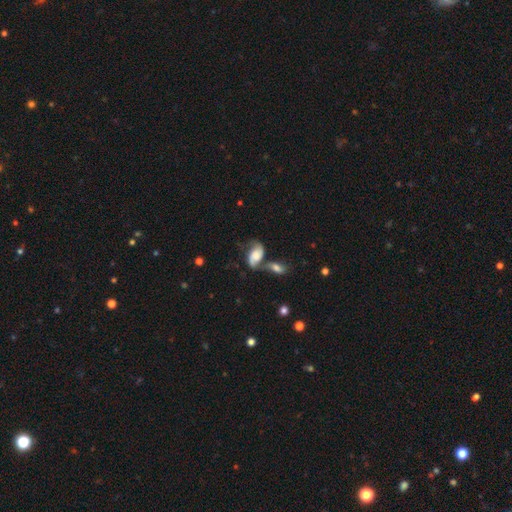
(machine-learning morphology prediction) Overall: featured or disk (58%; smooth 34%). Edge-on disk: no (96%). Bar: no (58%; weak 32%). Spiral arms: yes (88%). Bulge size: large (28%, tied with moderate). Merging: merger (40%; none 32%).